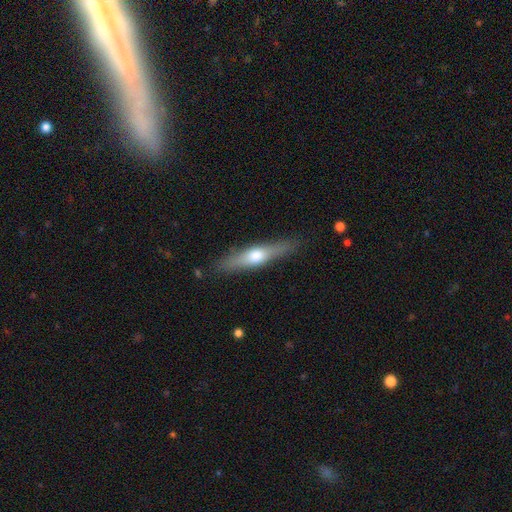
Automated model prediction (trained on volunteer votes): Smooth or featured?
  - featured or disk: 51% *
  - smooth: 43%
  - star or artifact: 6%
Edge-on disk?
  - yes: 91% *
  - no: 9%
Merging?
  - none: 86% *
  - minor disturbance: 10%
  - major disturbance: 2%
  - merger: 1%